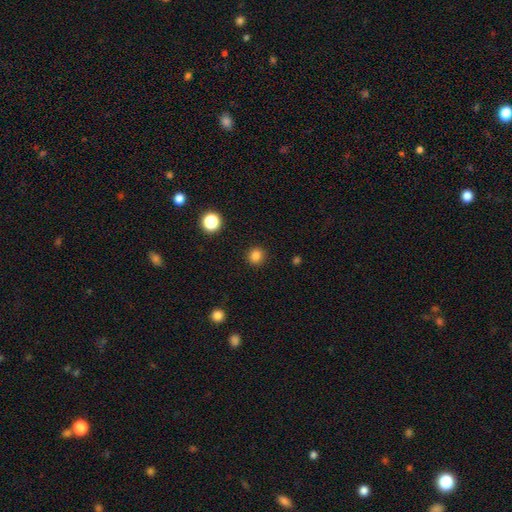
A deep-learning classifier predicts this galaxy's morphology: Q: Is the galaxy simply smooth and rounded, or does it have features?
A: smooth — 83%.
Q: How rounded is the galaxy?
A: round — 89%.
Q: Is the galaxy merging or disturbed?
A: none — 91%.